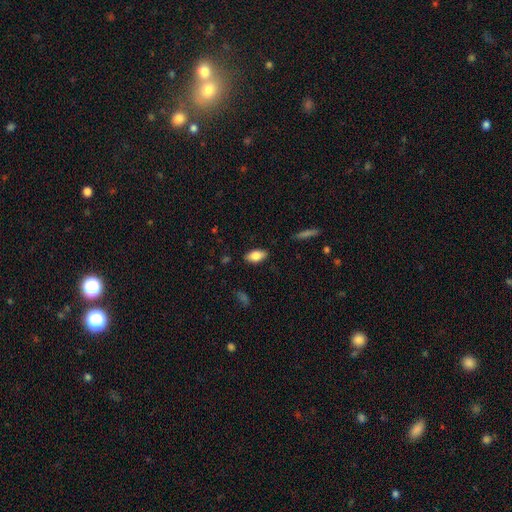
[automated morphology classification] type=smooth (82%); roundness=in between (90%); merging=none (86%).